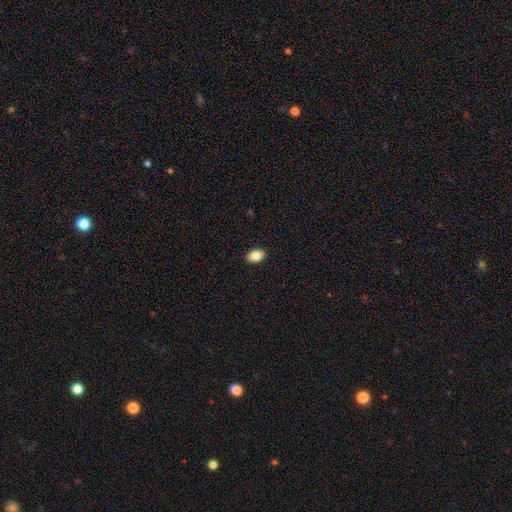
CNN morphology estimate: Smooth or featured?
  - smooth: 85% *
  - star or artifact: 8%
  - featured or disk: 7%
How rounded?
  - in between: 84% *
  - round: 14%
  - cigar-shaped: 1%
Merging?
  - none: 90% *
  - minor disturbance: 7%
  - major disturbance: 2%
  - merger: 1%